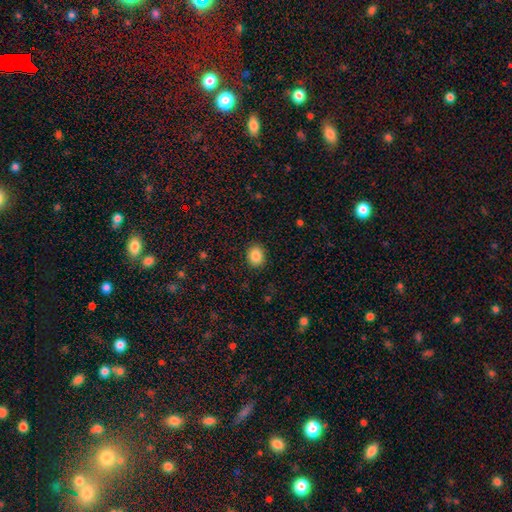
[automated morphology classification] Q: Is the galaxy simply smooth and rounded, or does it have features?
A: smooth — 86%.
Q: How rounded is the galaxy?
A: round — 60%.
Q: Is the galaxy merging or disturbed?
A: none — 90%.